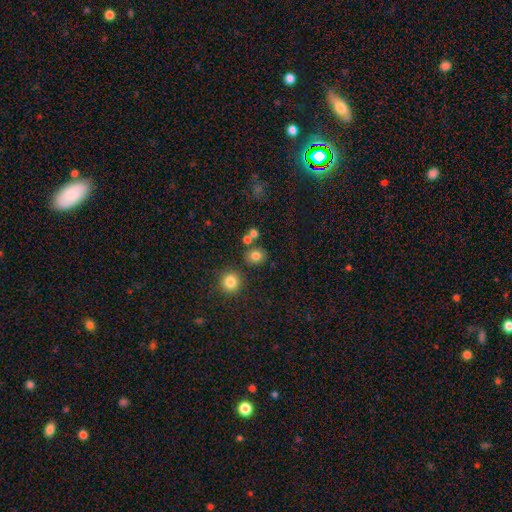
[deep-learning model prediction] Smooth or featured? smooth (79%)
How rounded? round (73%)
Merging? none (74%)